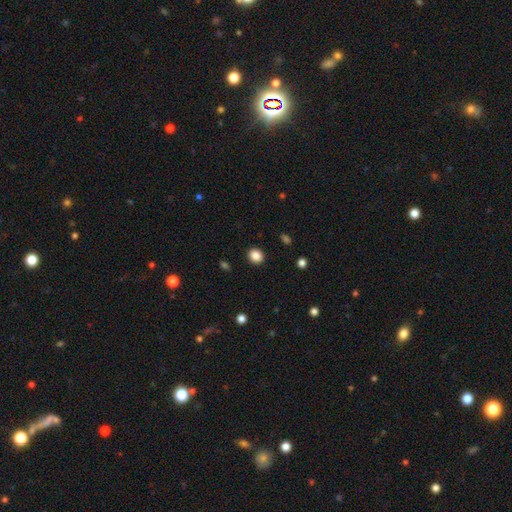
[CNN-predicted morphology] This appears to be a smooth galaxy with no disk features (87%) that is round (75%). Merging: none (91%).